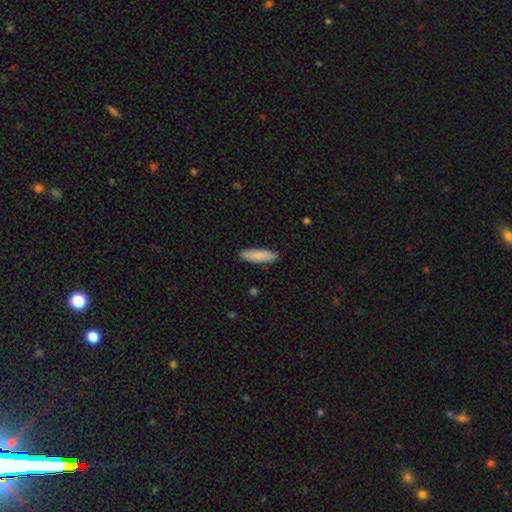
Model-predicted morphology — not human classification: smooth-or-featured: smooth: 86% | featured or disk: 8% | star or artifact: 6%
  how-rounded: cigar-shaped: 61% | in between: 38% | round: 1%
  merging: none: 88% | minor disturbance: 9% | major disturbance: 2% | merger: 1%